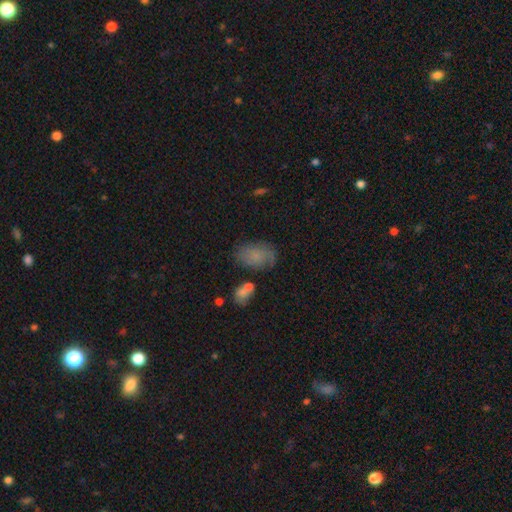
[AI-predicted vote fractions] A smooth galaxy with no disk features (72%) that is in between round and cigar-shaped (88%).

Vote fractions:
- Smooth or featured? smooth: 72% / featured or disk: 18% / star or artifact: 10%
- How rounded? in between: 88% / round: 10% / cigar-shaped: 2%
- Merging? none: 62% / minor disturbance: 22% / major disturbance: 8% / merger: 8%